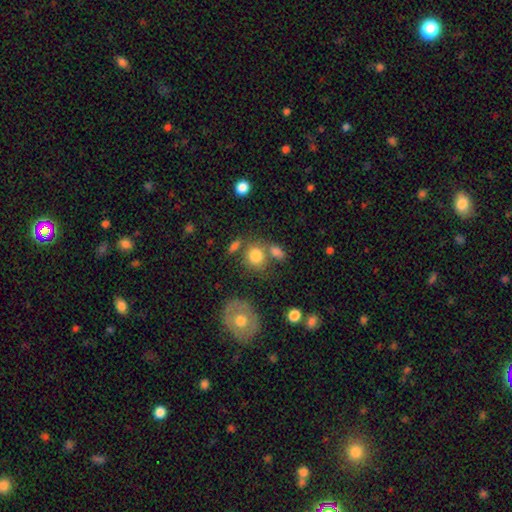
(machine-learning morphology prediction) Smooth or featured: smooth — 79% (featured or disk — 11%)
How rounded: round — 70% (in between — 29%)
Merging: none — 53% (merger — 26%)